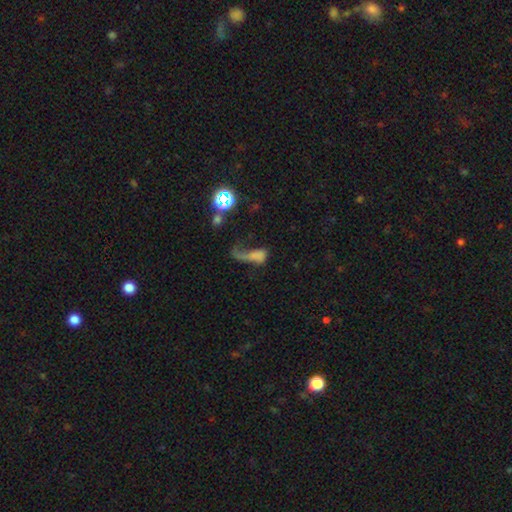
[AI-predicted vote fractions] smooth-or-featured: smooth: 49% | featured or disk: 33% | star or artifact: 18%
  merging: major disturbance: 54% | none: 20% | minor disturbance: 14% | merger: 13%